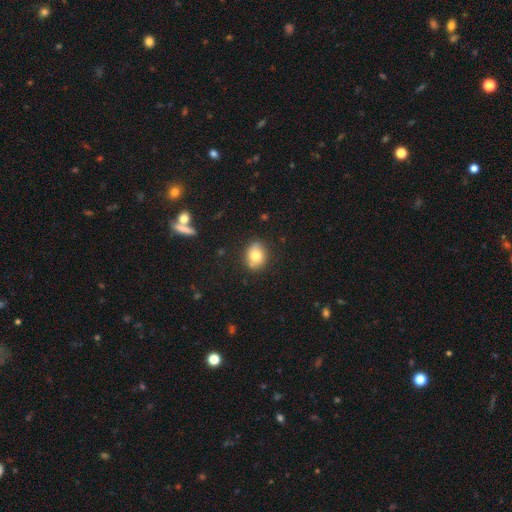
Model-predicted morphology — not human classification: smooth_or_featured: smooth (p=0.72) [alt: featured or disk p=0.18]
how_rounded: in between (p=0.50) [alt: round p=0.48]
merging: none (p=0.81) [alt: minor disturbance p=0.14]